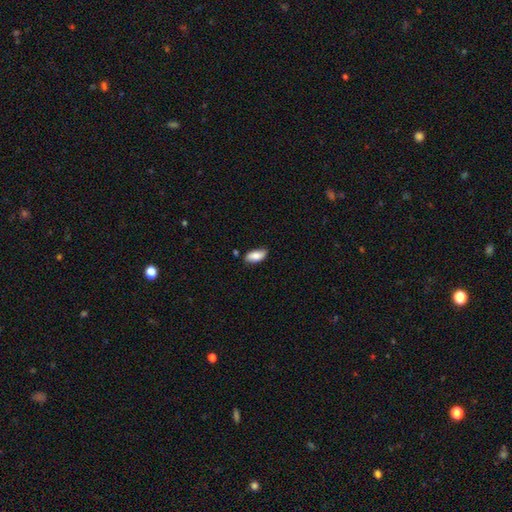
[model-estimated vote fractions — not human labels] This appears to be a smooth galaxy with no disk features (82%) that is in between round and cigar-shaped (90%). Merging: none (76%).